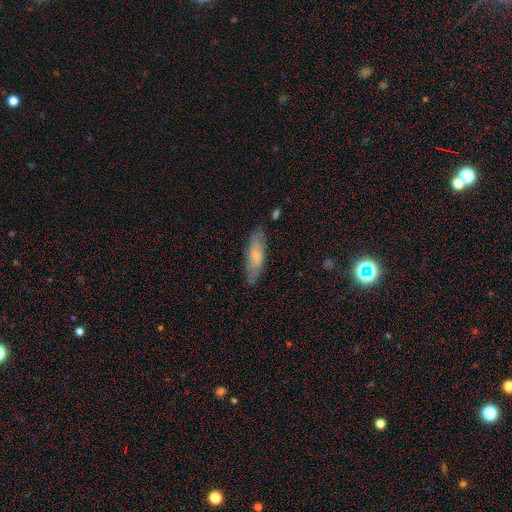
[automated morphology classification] The model was most divided on "how rounded": in between: 51%, cigar-shaped: 48%, round: 2%. More confident: merging — none (75%); smooth or featured — smooth (63%).